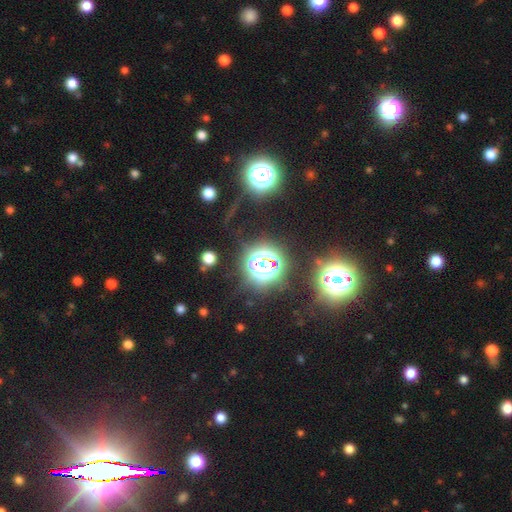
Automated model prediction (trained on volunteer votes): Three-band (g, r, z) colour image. It shows a star or artifact, not a galaxy (80%).